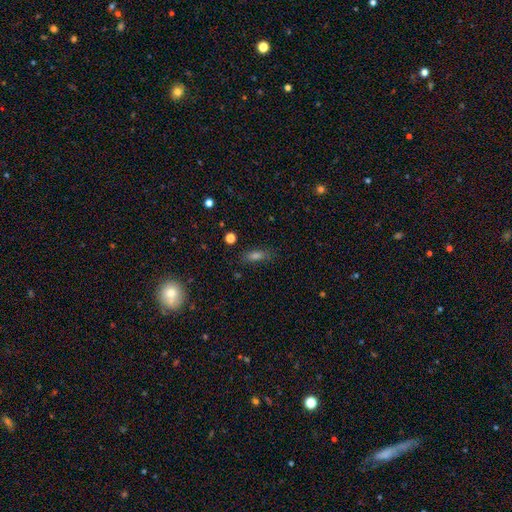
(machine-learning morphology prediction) This is likely a smooth galaxy (64%). How rounded: possibly in between (57%). Merging: clearly none (81%).